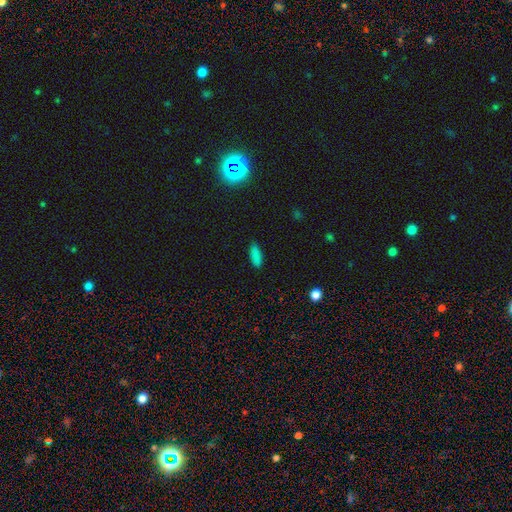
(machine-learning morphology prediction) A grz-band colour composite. It shows a smooth galaxy with no disk features (85%) that is in between round and cigar-shaped (64%). Merging: none (86%).